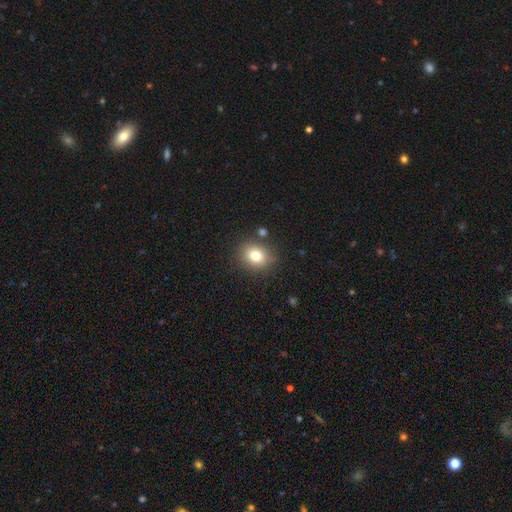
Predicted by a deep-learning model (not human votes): smooth-or-featured: smooth: 78% | star or artifact: 12% | featured or disk: 10%
  how-rounded: round: 66% | in between: 33% | cigar-shaped: 1%
  merging: none: 81% | minor disturbance: 11% | merger: 5% | major disturbance: 3%